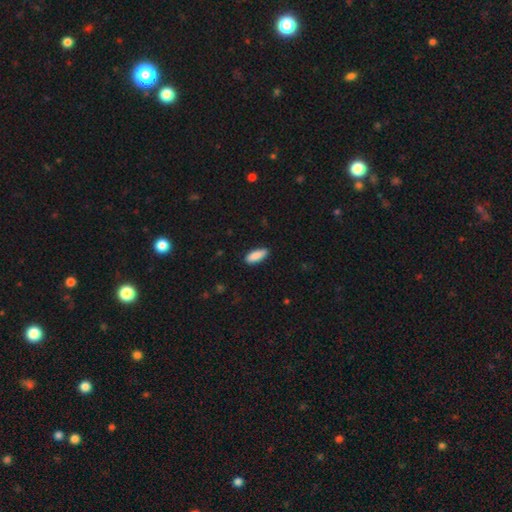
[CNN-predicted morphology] A smooth galaxy with no disk features (89%) that is in between round and cigar-shaped (76%).

Vote fractions:
- Smooth or featured? smooth: 89% / star or artifact: 6% / featured or disk: 5%
- How rounded? in between: 76% / cigar-shaped: 22% / round: 2%
- Merging? none: 85% / minor disturbance: 12% / major disturbance: 2% / merger: 1%